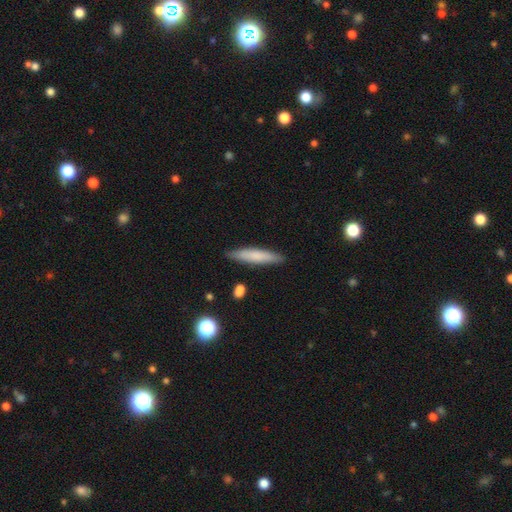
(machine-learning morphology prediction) The model was most divided on "smooth or featured": smooth: 72%, featured or disk: 22%, star or artifact: 6%. More confident: merging — none (88%); how rounded — cigar-shaped (88%).